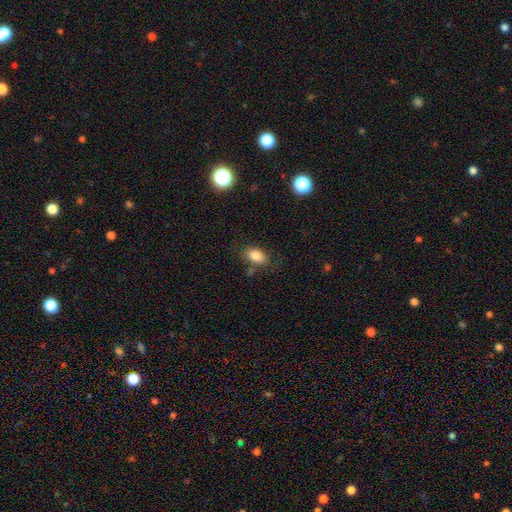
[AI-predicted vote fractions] Smooth or featured? Predicted: smooth (p=0.83). How rounded? Predicted: in between (p=0.89). Merging? Predicted: none (p=0.72).